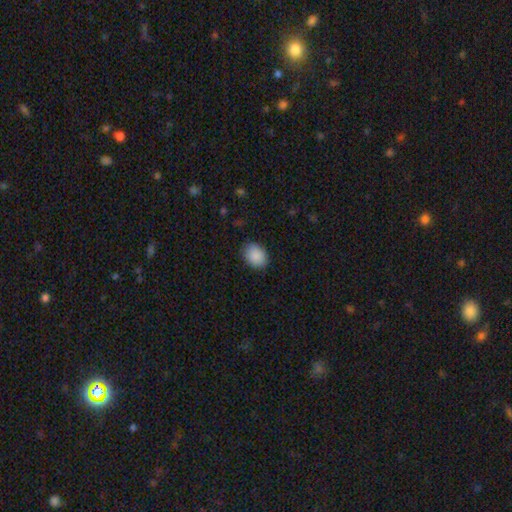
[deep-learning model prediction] smooth_or_featured: smooth (p=0.90) [alt: star or artifact p=0.07]
how_rounded: in between (p=0.61) [alt: round p=0.39]
merging: none (p=0.85) [alt: minor disturbance p=0.11]